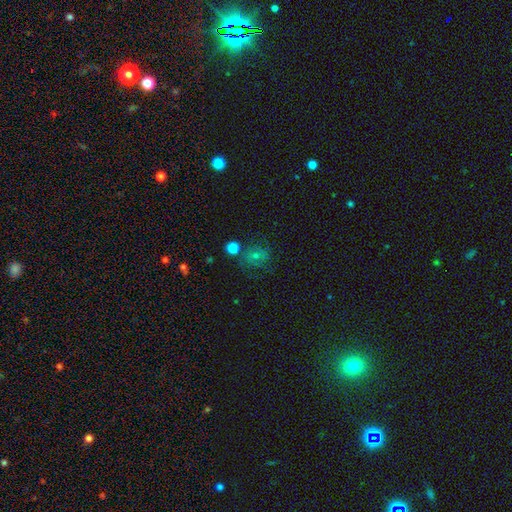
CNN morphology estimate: A smooth galaxy with no disk features (39%). Merging: none (70%).